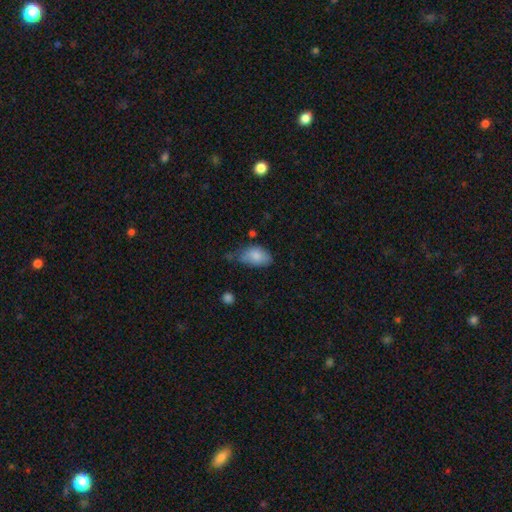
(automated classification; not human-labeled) smooth 84%, featured or disk 9%, star or artifact 7%. Down the decision tree: how rounded — in between (91%); merging — none (44%).